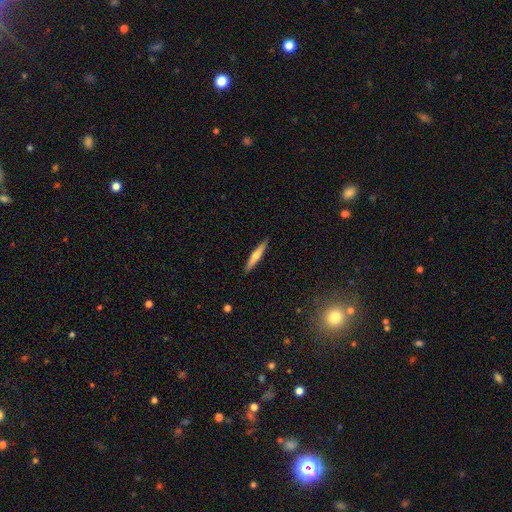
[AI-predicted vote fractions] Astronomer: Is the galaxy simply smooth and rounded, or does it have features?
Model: smooth — 53% (runner-up: featured or disk, 41%).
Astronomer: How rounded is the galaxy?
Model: cigar-shaped — 91%.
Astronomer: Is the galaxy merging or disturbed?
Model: none — 90%.